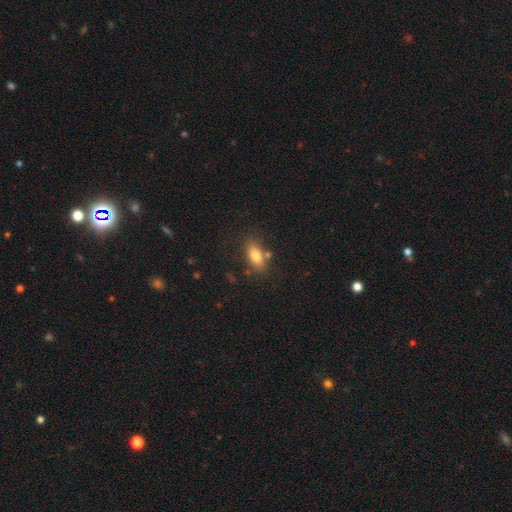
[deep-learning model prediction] smooth-or-featured: smooth: 78% | featured or disk: 14% | star or artifact: 8%
  how-rounded: in between: 82% | cigar-shaped: 13% | round: 5%
  merging: none: 73% | minor disturbance: 14% | merger: 8% | major disturbance: 4%